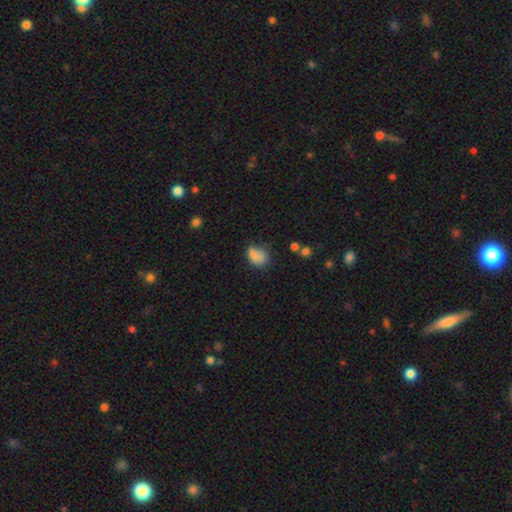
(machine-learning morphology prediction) Q: Smooth or featured?
A: smooth (77%); runner-up: featured or disk (12%)
Q: How rounded?
A: in between (70%); runner-up: round (28%)
Q: Merging?
A: none (42%); runner-up: minor disturbance (30%)